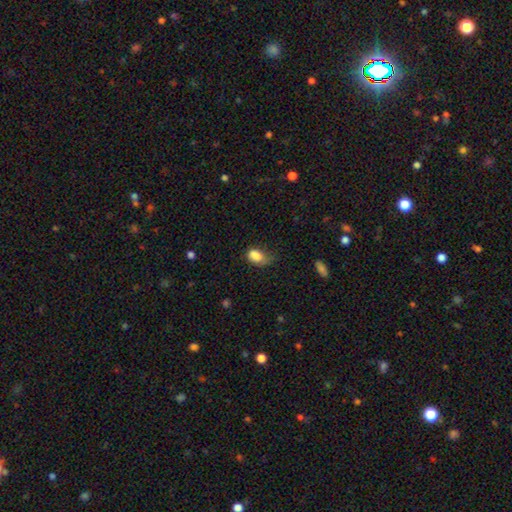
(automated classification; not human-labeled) Morphology: type=smooth (82%); roundness=in between (82%); merging=minor disturbance (40%).